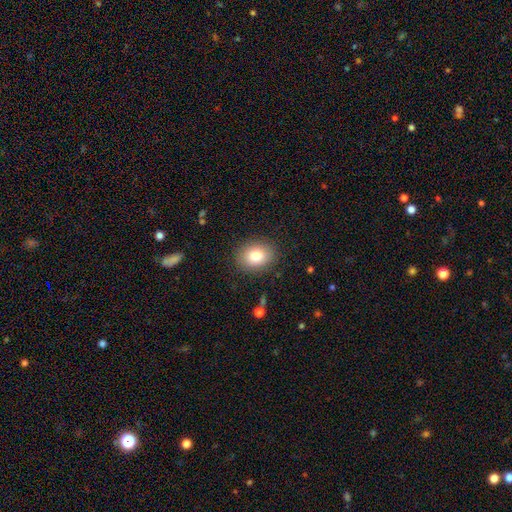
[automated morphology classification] smooth 82%, featured or disk 9%, star or artifact 9%. Down the decision tree: how rounded — in between (51%); merging — none (87%).